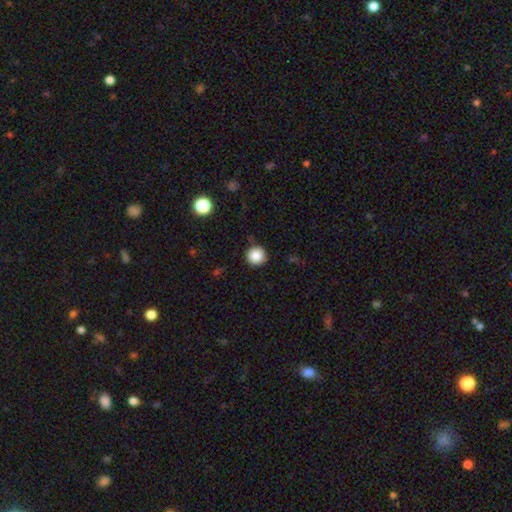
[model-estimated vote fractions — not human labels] smooth 85%, star or artifact 10%, featured or disk 4%. Down the decision tree: how rounded — round (96%); merging — none (89%).